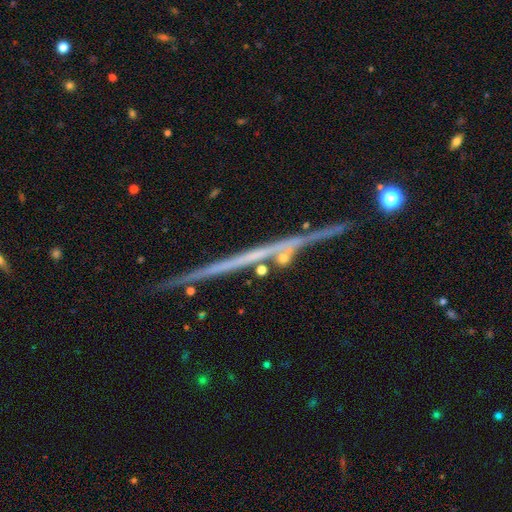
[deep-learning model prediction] Morphology: type=featured or disk (71%); edge-on=yes (96%); edge-on bulge=none (83%); merging=none (83%).